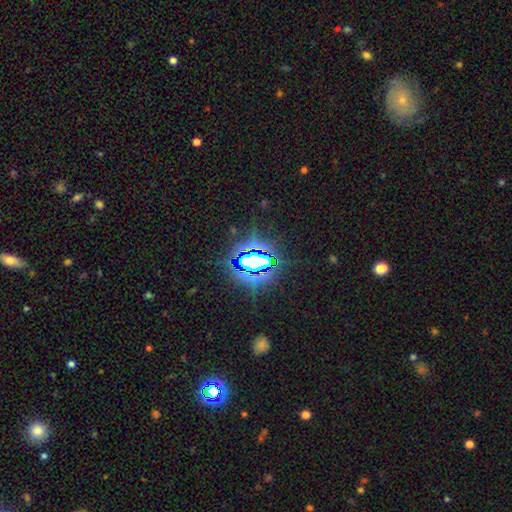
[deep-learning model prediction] Smooth or featured? star or artifact (83%)